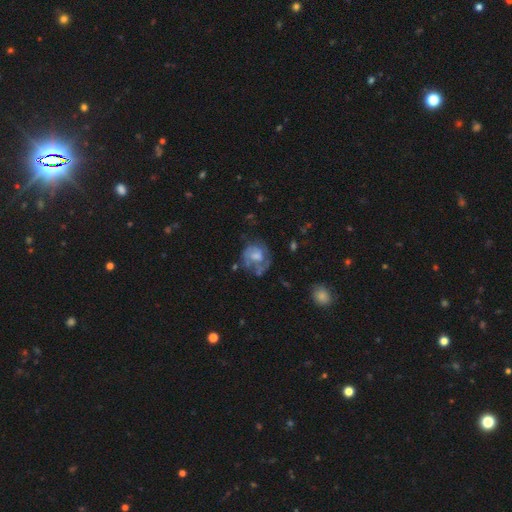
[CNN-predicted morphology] This is possibly a featured or disk galaxy (57%). It is clearly not viewed edge-on (98%). Bar: likely no (71%). Spiral arm pattern: possibly yes (58%). Central bulge: marginally moderate (37%). Merging: marginally none (45%).